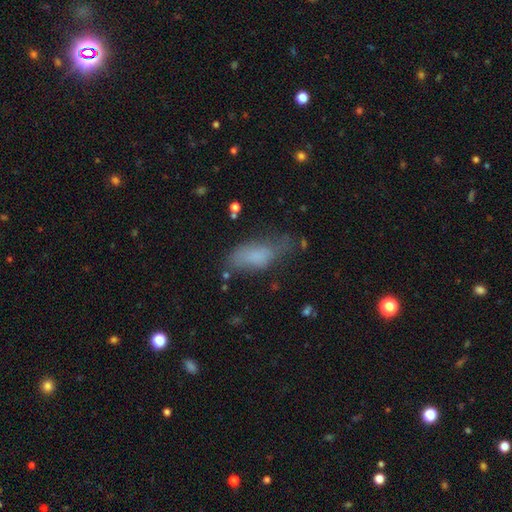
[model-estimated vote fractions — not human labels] smooth-or-featured: smooth: 74% | featured or disk: 16% | star or artifact: 10%
  how-rounded: in between: 78% | cigar-shaped: 19% | round: 3%
  merging: none: 47% | minor disturbance: 33% | major disturbance: 17% | merger: 4%